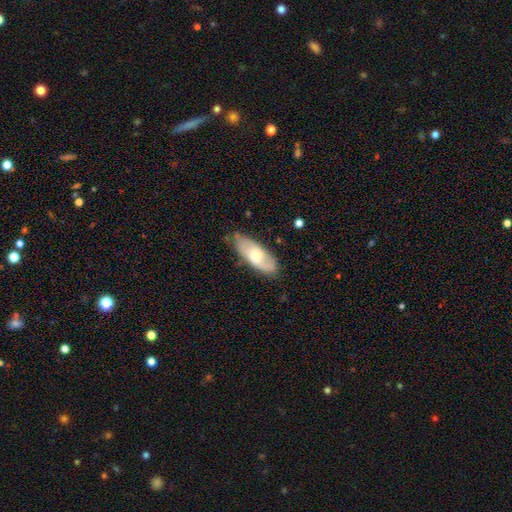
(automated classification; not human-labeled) Smooth or featured? smooth (51%)
How rounded? in between (79%)
Merging? none (73%)